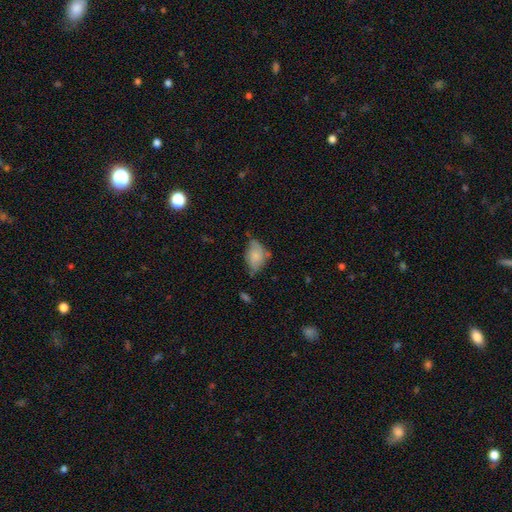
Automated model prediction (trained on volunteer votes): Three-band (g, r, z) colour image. It shows a smooth galaxy with no disk features (72%) that is in between round and cigar-shaped (84%). Merging: none (44%).